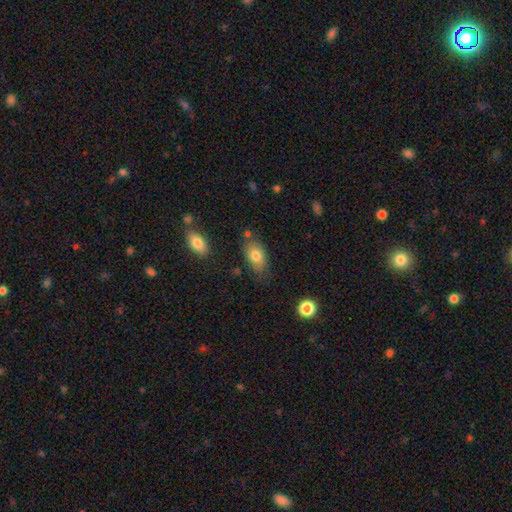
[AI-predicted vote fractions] Smooth or featured?
  - smooth: 78% *
  - featured or disk: 15%
  - star or artifact: 8%
How rounded?
  - in between: 90% *
  - round: 7%
  - cigar-shaped: 2%
Merging?
  - none: 72% *
  - minor disturbance: 19%
  - merger: 5%
  - major disturbance: 4%